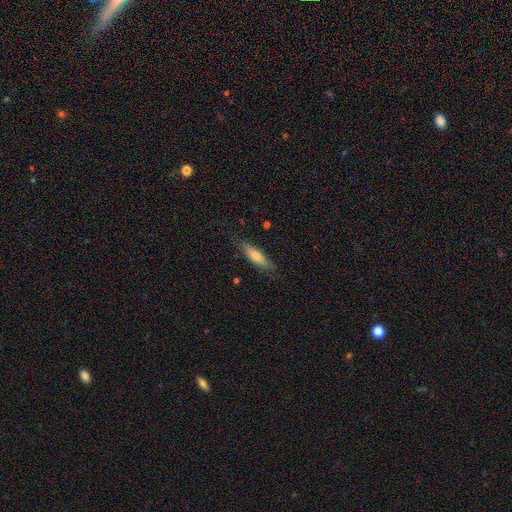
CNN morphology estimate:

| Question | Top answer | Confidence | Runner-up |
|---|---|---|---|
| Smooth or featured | smooth | 65% | featured or disk (29%) |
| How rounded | cigar-shaped | 66% | in between (32%) |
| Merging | none | 81% | minor disturbance (15%) |